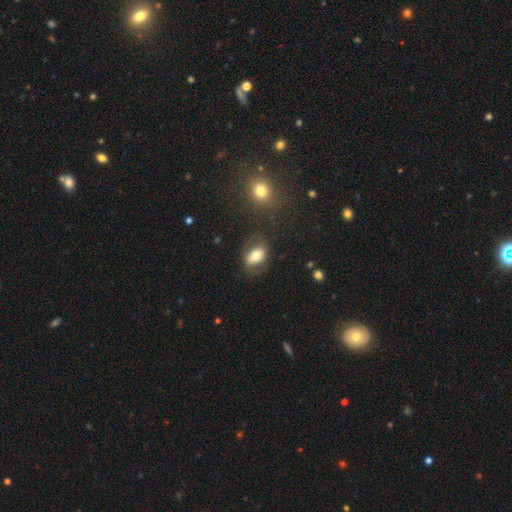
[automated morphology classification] This is likely a smooth galaxy (66%). How rounded: clearly in between (84%). Merging: likely none (71%).